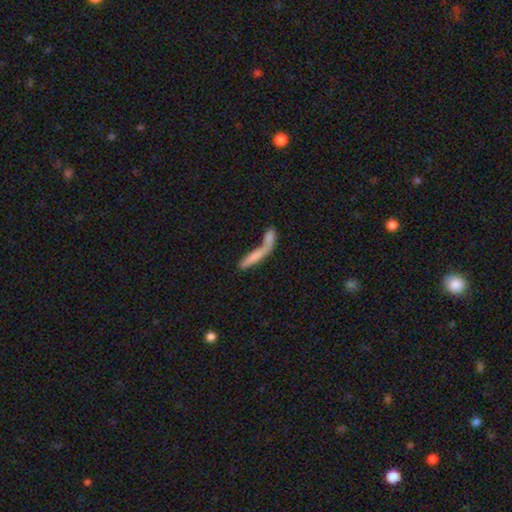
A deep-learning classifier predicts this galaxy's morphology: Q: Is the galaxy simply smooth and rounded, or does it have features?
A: smooth — 64%.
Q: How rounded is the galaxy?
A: cigar-shaped — 82%.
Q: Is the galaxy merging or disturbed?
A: merger — 60%.